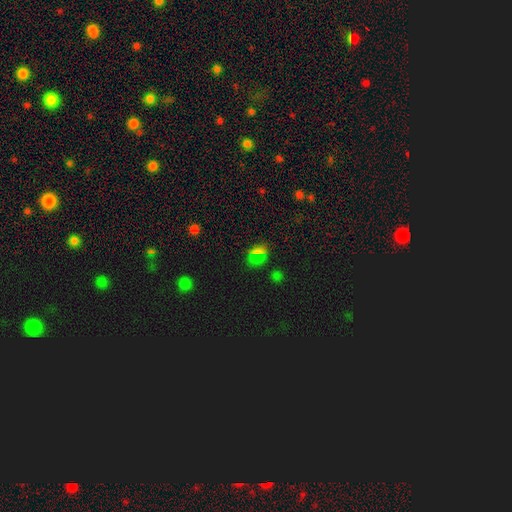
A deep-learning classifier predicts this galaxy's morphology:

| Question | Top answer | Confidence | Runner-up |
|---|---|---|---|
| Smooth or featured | smooth | 59% | star or artifact (35%) |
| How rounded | in between | 54% | round (42%) |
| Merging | none | 84% | minor disturbance (10%) |